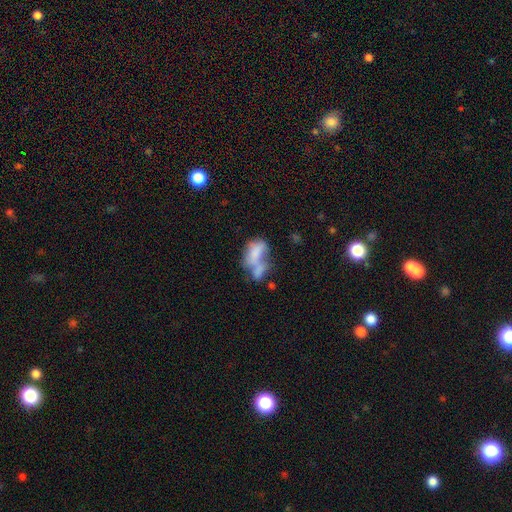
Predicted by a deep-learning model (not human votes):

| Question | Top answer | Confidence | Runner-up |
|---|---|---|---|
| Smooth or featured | smooth | 59% | featured or disk (30%) |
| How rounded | in between | 86% | round (10%) |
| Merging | merger | 56% | major disturbance (17%) |